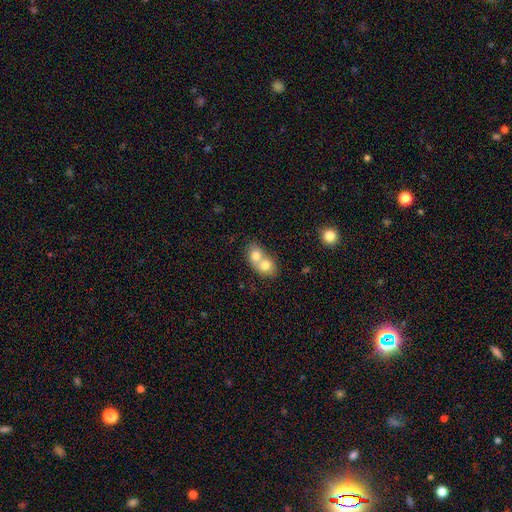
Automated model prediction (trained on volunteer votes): Smooth or featured? Predicted: smooth (p=0.71). How rounded? Predicted: round (p=0.57). Merging? Predicted: merger (p=0.78).